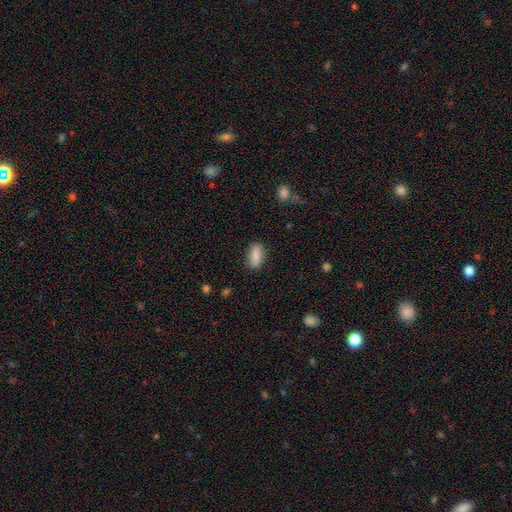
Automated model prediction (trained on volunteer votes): Smooth or featured: smooth — 81% (featured or disk — 12%)
How rounded: in between — 76% (cigar-shaped — 20%)
Merging: none — 84% (minor disturbance — 11%)